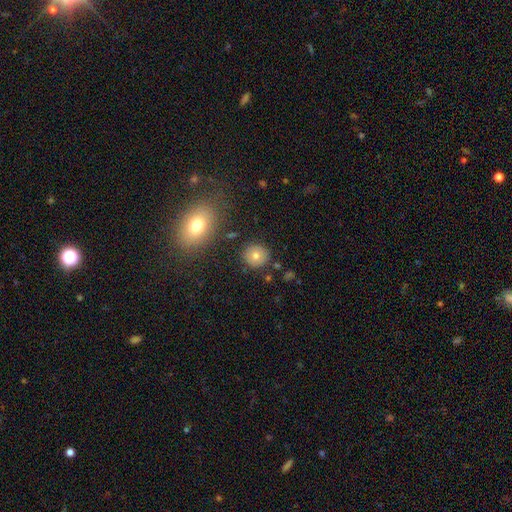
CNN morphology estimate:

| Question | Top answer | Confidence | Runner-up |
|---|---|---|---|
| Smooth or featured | smooth | 75% | featured or disk (14%) |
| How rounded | round | 89% | in between (10%) |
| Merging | none | 86% | minor disturbance (8%) |